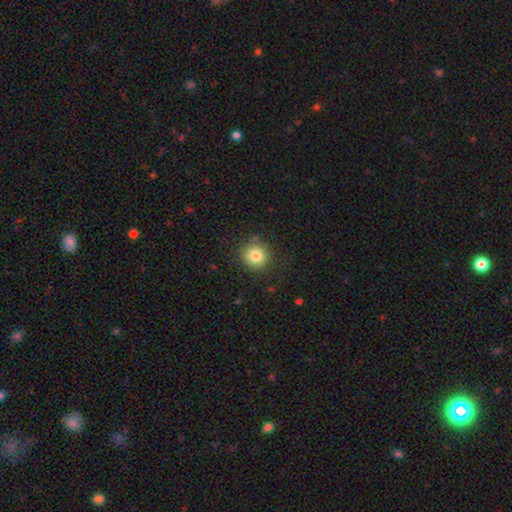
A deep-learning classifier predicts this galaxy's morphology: A smooth galaxy with no disk features (81%) that is round (92%). Merging: none (86%).